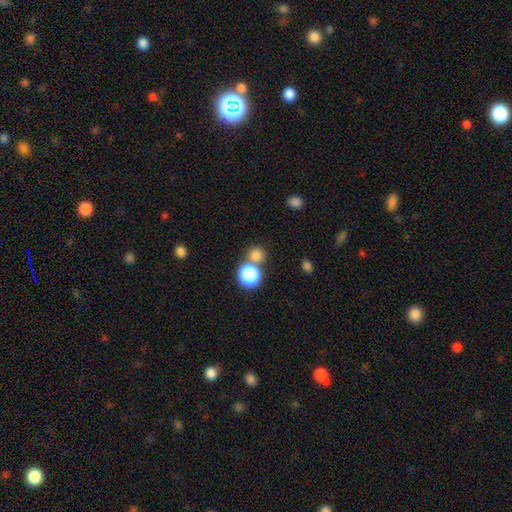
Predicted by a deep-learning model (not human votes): The model was most divided on "merging": none: 65%, merger: 25%, minor disturbance: 7%, major disturbance: 3%. More confident: how rounded — round (88%); smooth or featured — smooth (76%).